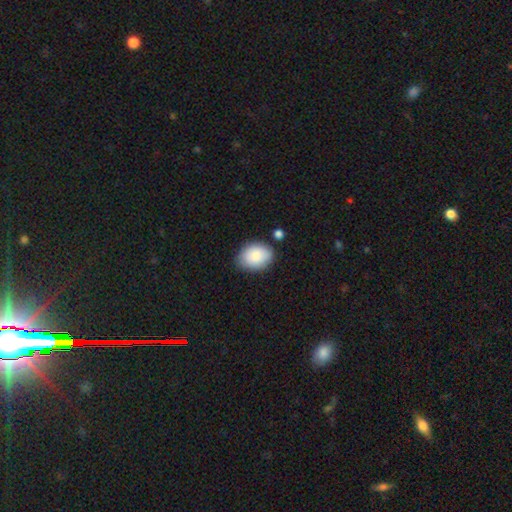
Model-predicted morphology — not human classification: Smooth or featured: smooth — 87% (featured or disk — 7%)
How rounded: in between — 76% (round — 23%)
Merging: none — 76% (minor disturbance — 16%)